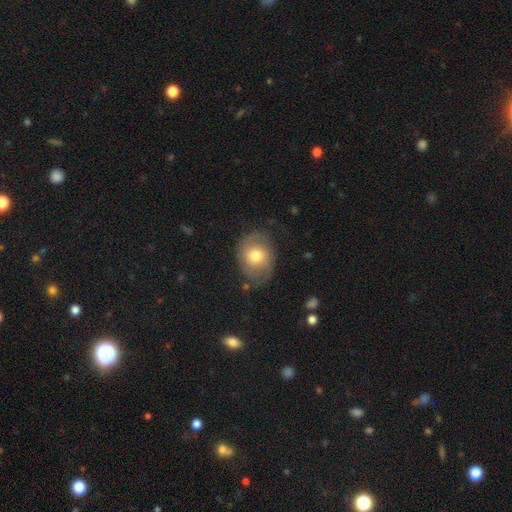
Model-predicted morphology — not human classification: type=smooth (49%); merging=none (63%).